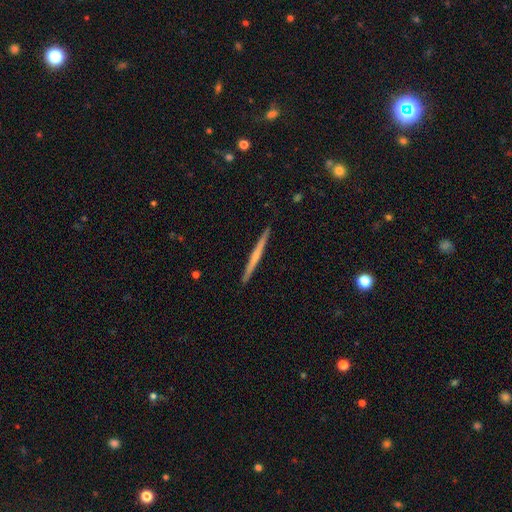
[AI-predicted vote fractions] smooth_or_featured: featured or disk (p=0.56) [alt: smooth p=0.39]
disk_edge_on: yes (p=0.98) [alt: no p=0.02]
edge_on_bulge: none (p=0.68) [alt: rounded p=0.25]
merging: none (p=0.92) [alt: minor disturbance p=0.05]